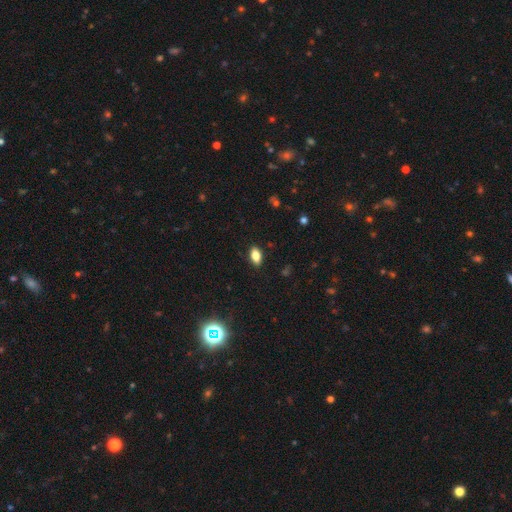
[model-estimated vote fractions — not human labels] Smooth or featured? smooth (80%)
How rounded? in between (88%)
Merging? none (87%)